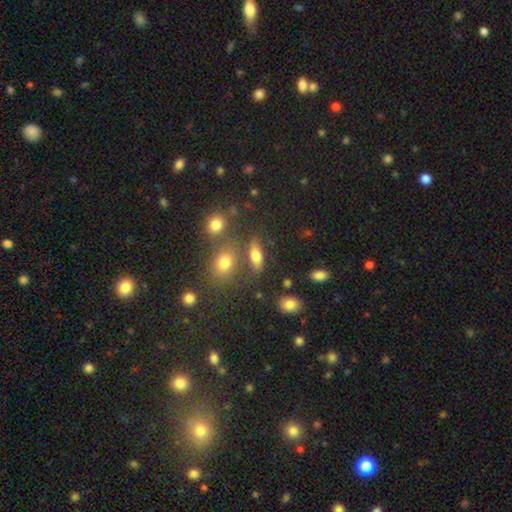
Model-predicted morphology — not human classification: The model was most divided on "merging": none: 62%, merger: 16%, minor disturbance: 15%, major disturbance: 7%. More confident: how rounded — in between (77%); smooth or featured — smooth (73%).